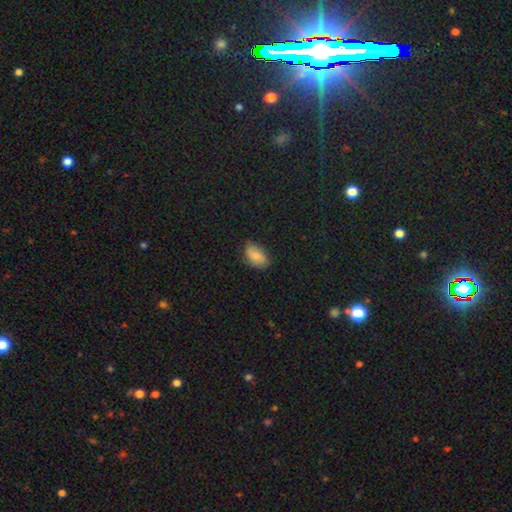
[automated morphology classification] Overall: smooth (81%). How rounded: in between (91%). Merging: none (69%).